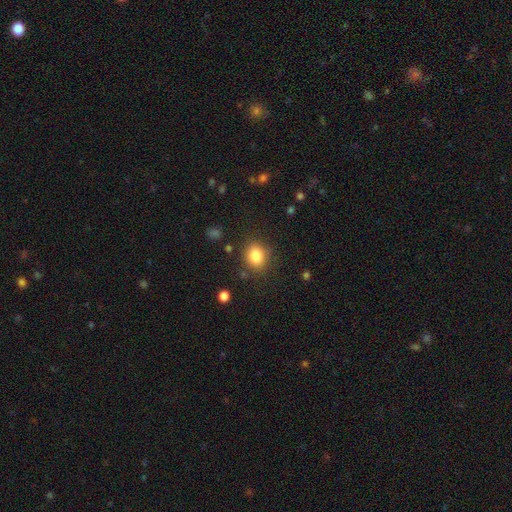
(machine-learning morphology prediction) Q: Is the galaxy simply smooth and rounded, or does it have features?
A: smooth — 82%.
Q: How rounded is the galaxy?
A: round — 73%.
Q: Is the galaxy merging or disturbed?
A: none — 85%.